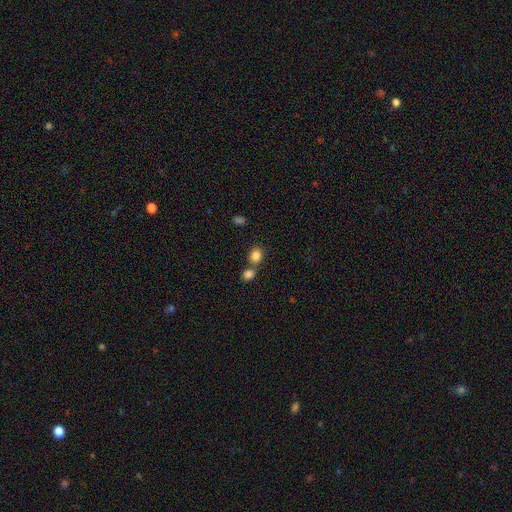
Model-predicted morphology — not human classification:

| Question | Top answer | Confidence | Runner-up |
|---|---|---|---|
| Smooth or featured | smooth | 85% | star or artifact (10%) |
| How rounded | round | 58% | in between (41%) |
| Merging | none | 53% | merger (35%) |